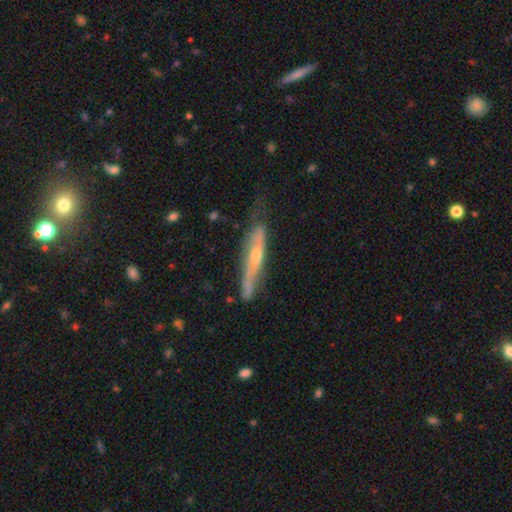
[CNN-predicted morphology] Overall: featured or disk (60%; smooth 35%). Edge-on disk: yes (77%). Merging: none (52%; minor disturbance 32%).